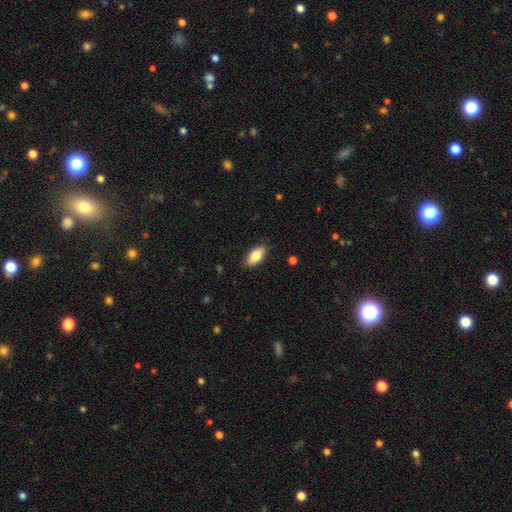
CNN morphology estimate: Smooth or featured? smooth (83%)
How rounded? in between (89%)
Merging? none (86%)